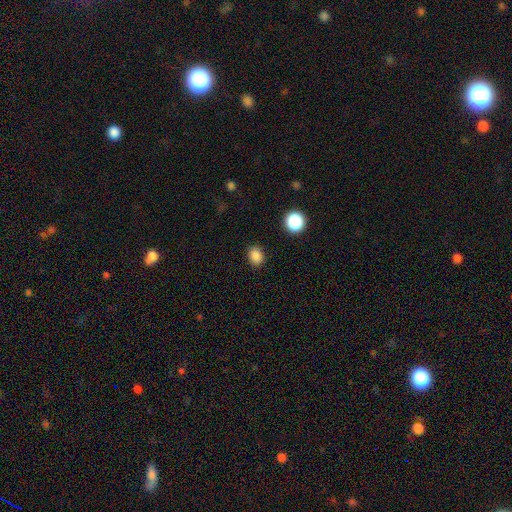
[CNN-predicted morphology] smooth-or-featured: smooth: 85% | star or artifact: 12% | featured or disk: 3%
  how-rounded: round: 51% | in between: 48% | cigar-shaped: 1%
  merging: none: 87% | minor disturbance: 9% | major disturbance: 3% | merger: 2%